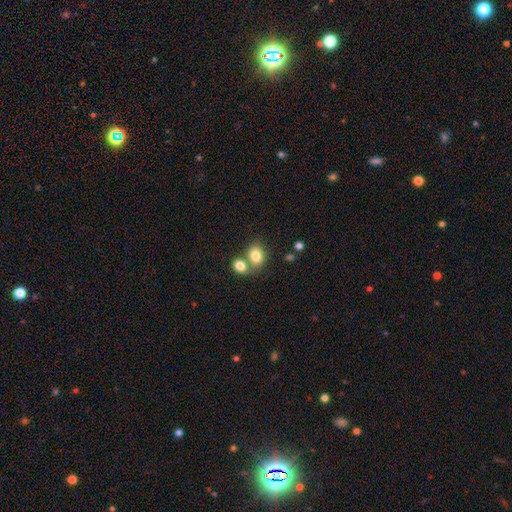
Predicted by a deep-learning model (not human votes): Smooth or featured? smooth (82%)
How rounded? in between (55%)
Merging? merger (45%)